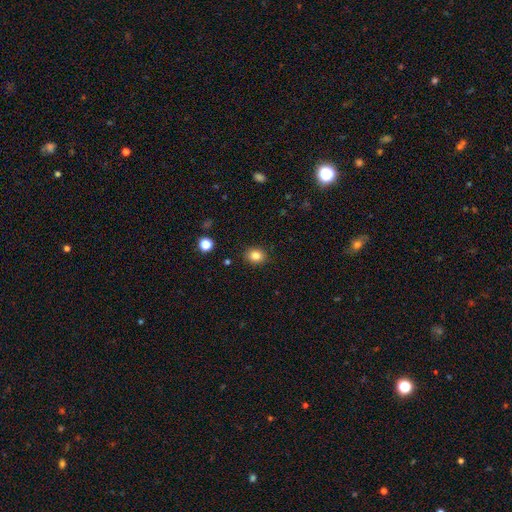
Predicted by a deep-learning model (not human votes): Smooth or featured? Predicted: smooth (p=0.83). How rounded? Predicted: round (p=0.65). Merging? Predicted: none (p=0.89).